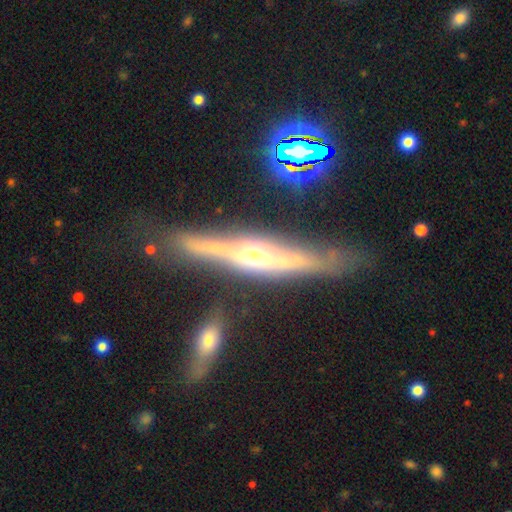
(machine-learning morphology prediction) featured or disk 73%, smooth 19%, star or artifact 8%. Down the decision tree: edge-on disk — yes (92%); edge-on bulge — rounded (83%); merging — none (73%).